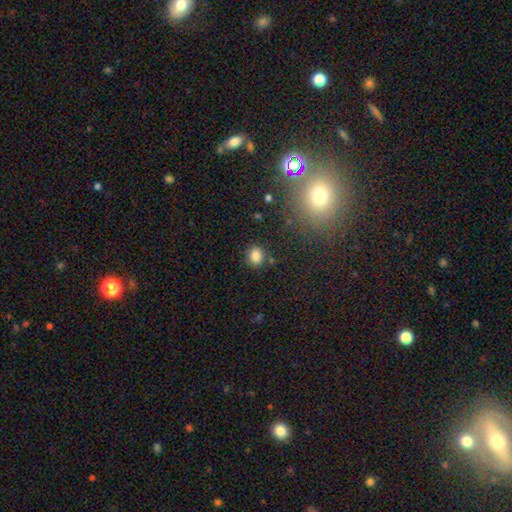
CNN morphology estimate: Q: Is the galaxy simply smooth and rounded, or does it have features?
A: smooth — 84%.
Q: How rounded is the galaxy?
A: round — 69%.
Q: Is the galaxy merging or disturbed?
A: none — 81%.